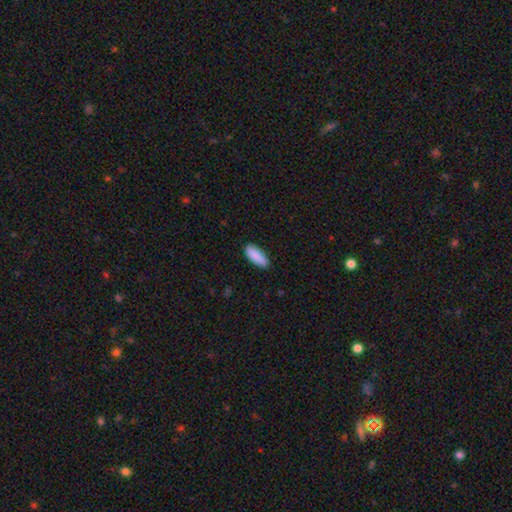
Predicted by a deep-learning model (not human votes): Smooth or featured?
  - smooth: 90% *
  - star or artifact: 6%
  - featured or disk: 4%
How rounded?
  - in between: 71% *
  - cigar-shaped: 27%
  - round: 2%
Merging?
  - none: 85% *
  - minor disturbance: 12%
  - major disturbance: 2%
  - merger: 1%